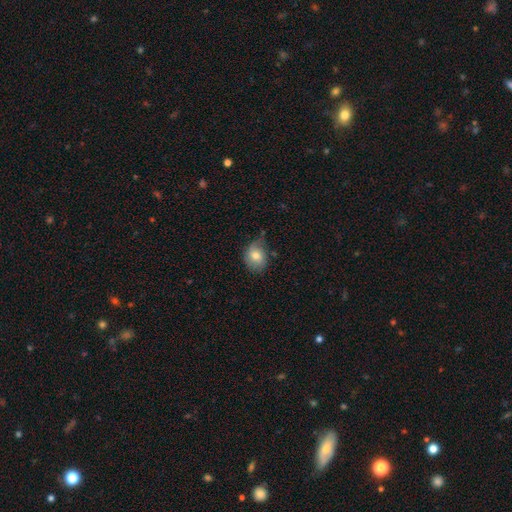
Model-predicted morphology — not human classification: Smooth or featured: smooth — 71% (featured or disk — 20%)
How rounded: in between — 50% (round — 49%)
Merging: none — 51% (minor disturbance — 36%)